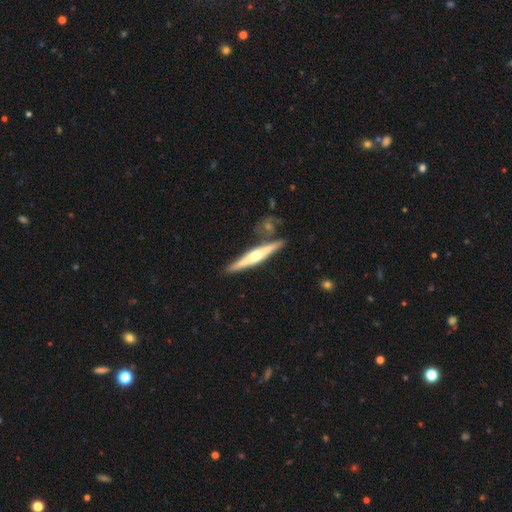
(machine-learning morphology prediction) Overall: featured or disk (65%; smooth 29%). Edge-on disk: yes (96%). Edge-on bulge: rounded (88%). Merging: none (79%).